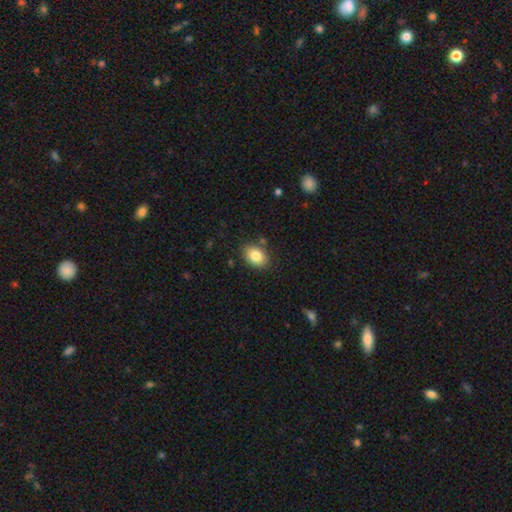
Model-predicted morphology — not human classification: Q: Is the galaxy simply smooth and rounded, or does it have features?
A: smooth — 83%.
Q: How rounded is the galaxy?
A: in between — 78%.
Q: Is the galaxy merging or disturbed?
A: none — 84%.